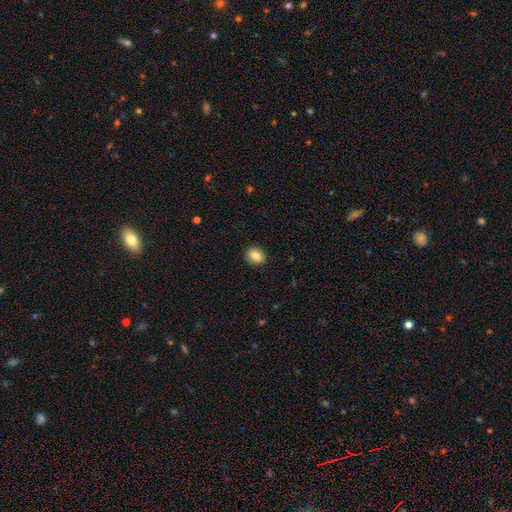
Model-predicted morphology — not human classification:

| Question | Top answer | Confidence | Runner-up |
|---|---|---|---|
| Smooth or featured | smooth | 85% | star or artifact (8%) |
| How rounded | in between | 55% | round (44%) |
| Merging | none | 90% | minor disturbance (7%) |